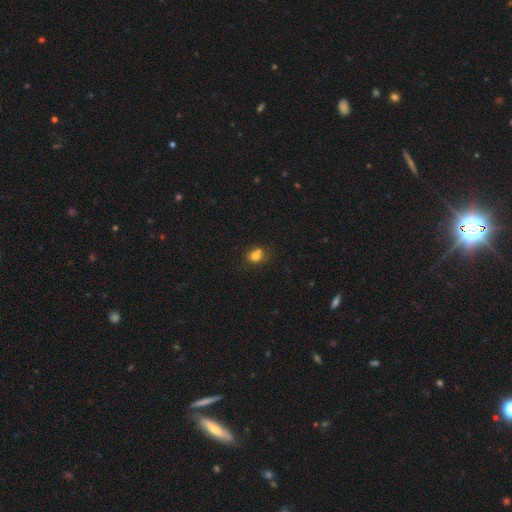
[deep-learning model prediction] Overall: smooth (76%). How rounded: round (60%; in between 39%). Merging: none (55%; merger 20%).